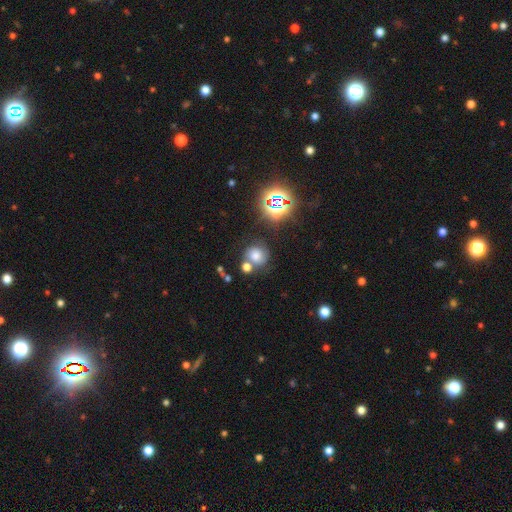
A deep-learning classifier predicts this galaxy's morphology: Smooth or featured? smooth (55%)
How rounded? round (85%)
Merging? none (57%)